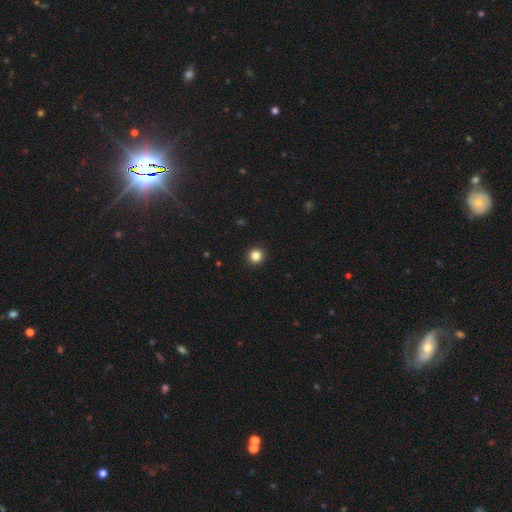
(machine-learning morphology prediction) smooth-or-featured: smooth: 85% | star or artifact: 12% | featured or disk: 4%
  how-rounded: round: 94% | in between: 5% | cigar-shaped: 1%
  merging: none: 93% | minor disturbance: 4% | major disturbance: 1% | merger: 1%